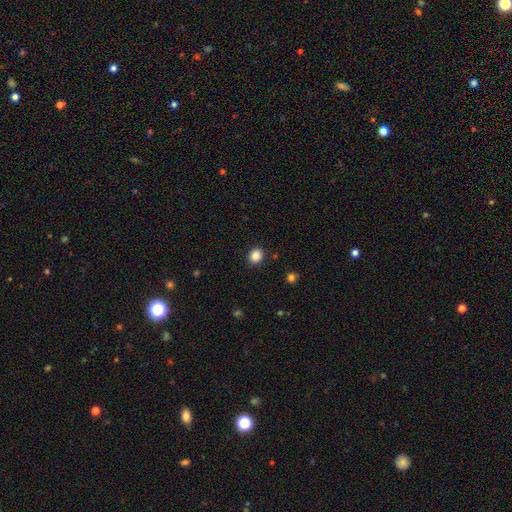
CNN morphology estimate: Overall: smooth (87%). How rounded: round (74%). Merging: none (90%).